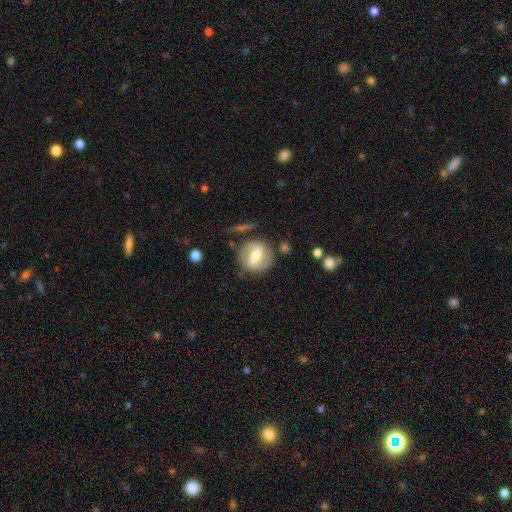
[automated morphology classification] featured or disk 62%, smooth 33%, star or artifact 6%. Down the decision tree: edge-on disk — no (93%); bar — strong (56%); spiral arms — yes (62%); bulge size — moderate (64%); merging — none (78%).